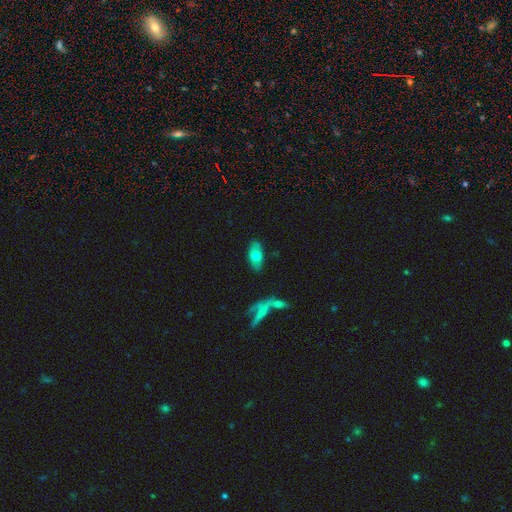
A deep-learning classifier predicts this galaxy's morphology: smooth-or-featured: smooth: 66% | featured or disk: 27% | star or artifact: 7%
  how-rounded: in between: 87% | cigar-shaped: 9% | round: 4%
  merging: none: 81% | minor disturbance: 13% | merger: 3% | major disturbance: 3%